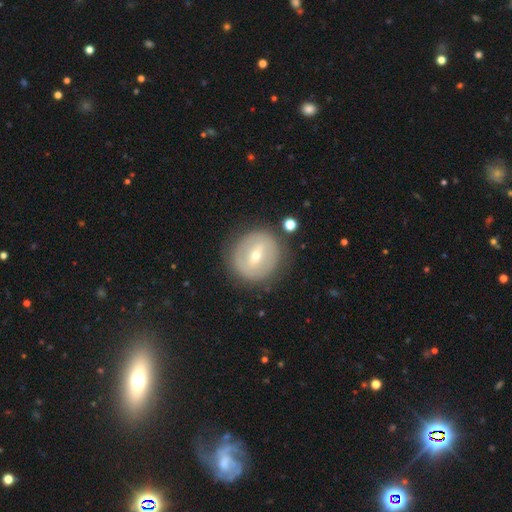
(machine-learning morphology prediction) type=featured or disk (59%); edge-on=no (93%); bar=weak (43%); spiral arms=no (67%); bulge=small (53%); merging=none (84%).